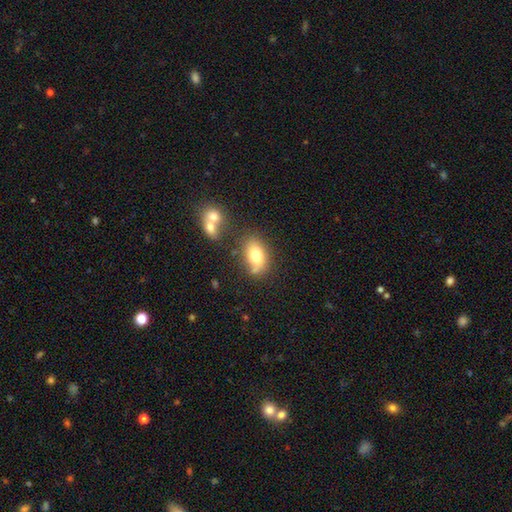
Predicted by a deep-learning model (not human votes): Smooth or featured? smooth (77%)
How rounded? in between (87%)
Merging? none (60%)